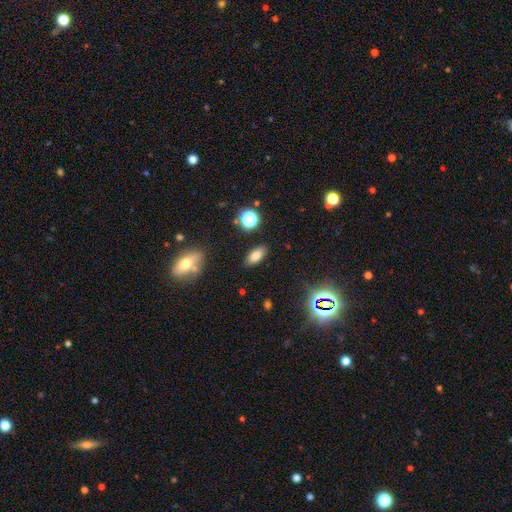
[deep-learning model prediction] Overall: smooth (77%). How rounded: in between (86%). Merging: none (86%).